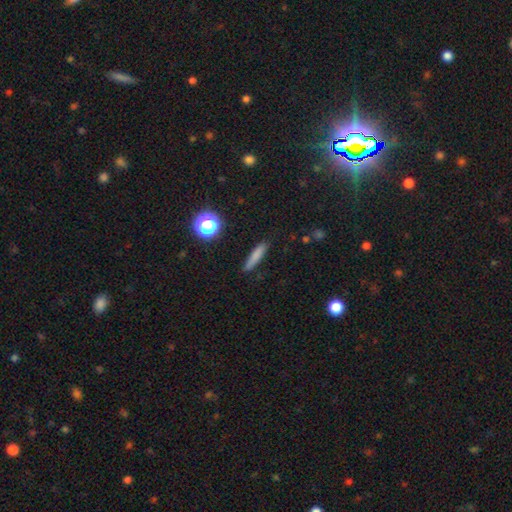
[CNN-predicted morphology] Q: Smooth or featured?
A: smooth (77%); runner-up: featured or disk (13%)
Q: How rounded?
A: cigar-shaped (85%); runner-up: in between (11%)
Q: Merging?
A: none (86%); runner-up: minor disturbance (10%)